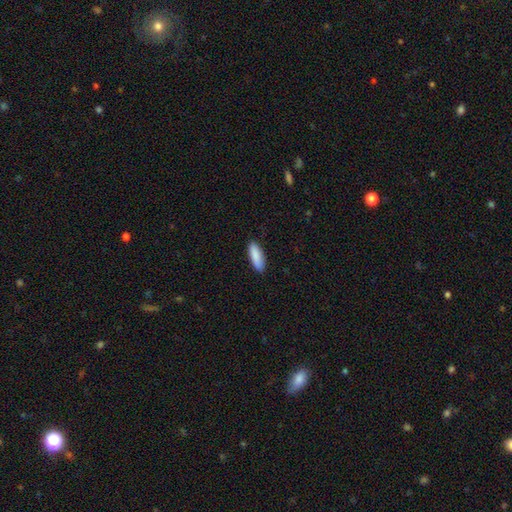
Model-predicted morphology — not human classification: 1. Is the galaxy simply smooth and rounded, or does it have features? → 89% smooth, 6% star or artifact, 5% featured or disk.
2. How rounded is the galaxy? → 55% in between, 44% cigar-shaped, 2% round.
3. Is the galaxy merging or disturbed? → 87% none, 10% minor disturbance, 2% major disturbance, 1% merger.